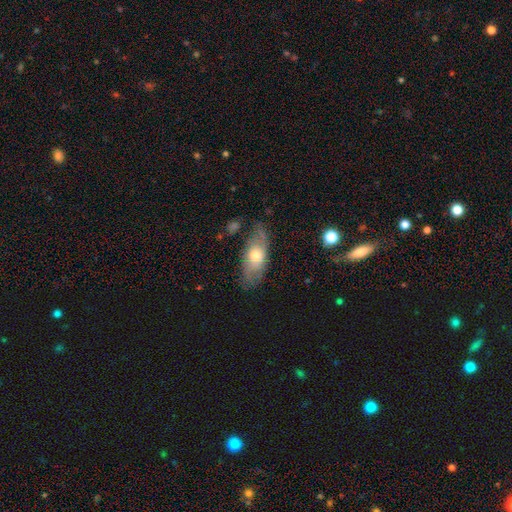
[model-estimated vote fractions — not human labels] A smooth galaxy with no disk features (49%).

Vote fractions:
- Smooth or featured? smooth: 49% / featured or disk: 44% / star or artifact: 7%
- Merging? none: 71% / minor disturbance: 21% / major disturbance: 6% / merger: 2%